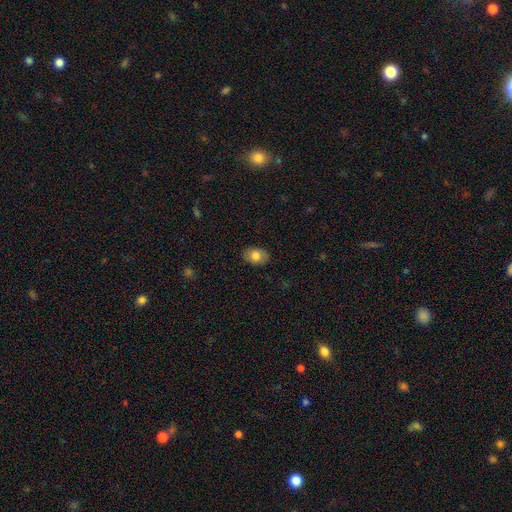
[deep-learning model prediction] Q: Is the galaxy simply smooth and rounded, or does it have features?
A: smooth — 79%.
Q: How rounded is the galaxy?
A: in between — 79%.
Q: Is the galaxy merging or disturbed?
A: none — 87%.